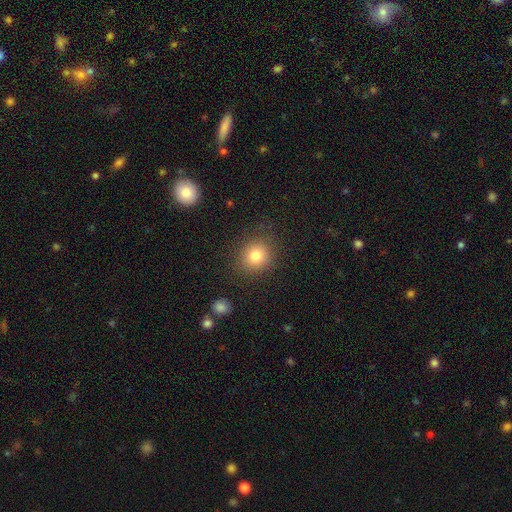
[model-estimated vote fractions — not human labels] This is clearly a smooth galaxy (80%). How rounded: clearly round (82%). Merging: clearly none (86%).